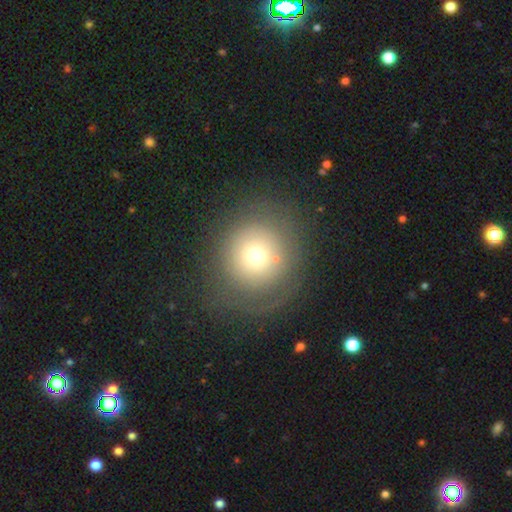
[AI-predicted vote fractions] Smooth or featured? smooth (64%)
How rounded? round (89%)
Merging? none (75%)